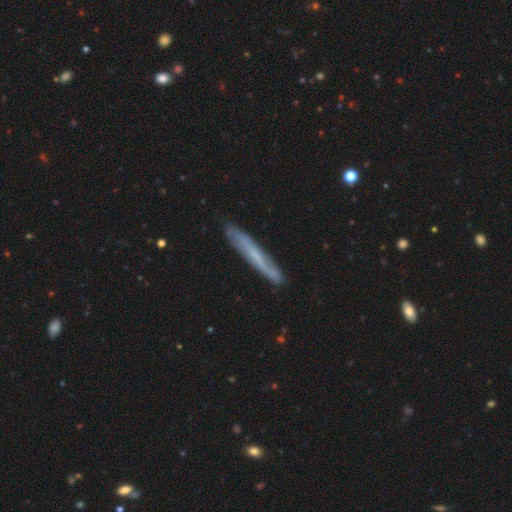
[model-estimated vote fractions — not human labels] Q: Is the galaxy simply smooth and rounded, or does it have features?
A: featured or disk — 50%.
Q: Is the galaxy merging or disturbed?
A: none — 83%.